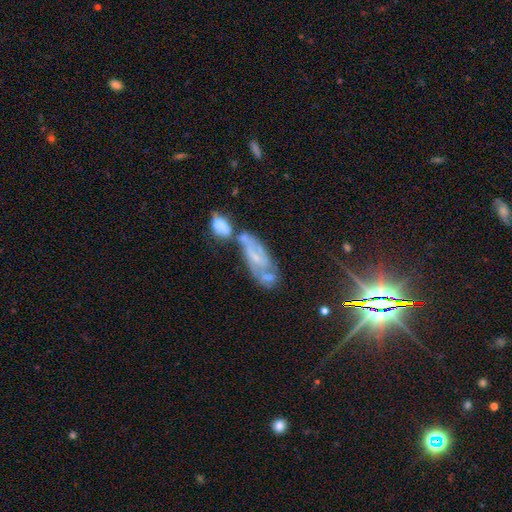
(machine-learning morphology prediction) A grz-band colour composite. It shows a featured or disk galaxy (64%) with no bar (43%), spiral arms (76%) and a small central bulge (61%). Merging: merger (38%).